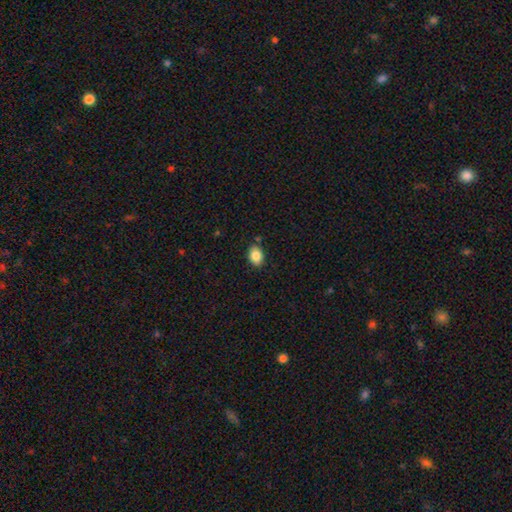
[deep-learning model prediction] The model was most divided on "how rounded": in between: 80%, round: 19%, cigar-shaped: 1%. More confident: smooth or featured — smooth (86%); merging — none (83%).